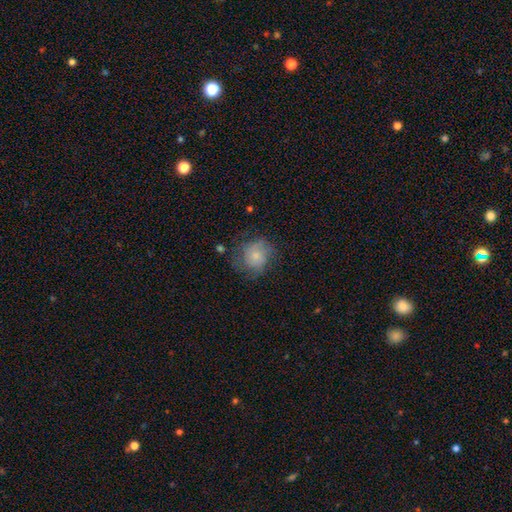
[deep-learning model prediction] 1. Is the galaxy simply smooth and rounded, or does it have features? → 67% smooth, 25% featured or disk, 9% star or artifact.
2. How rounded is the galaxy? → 79% round, 20% in between, 1% cigar-shaped.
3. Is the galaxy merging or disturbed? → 56% none, 26% minor disturbance, 16% major disturbance, 2% merger.